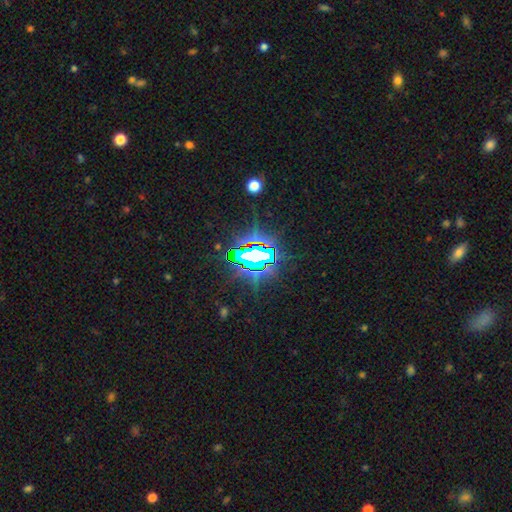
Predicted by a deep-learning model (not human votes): Smooth or featured? star or artifact (79%)